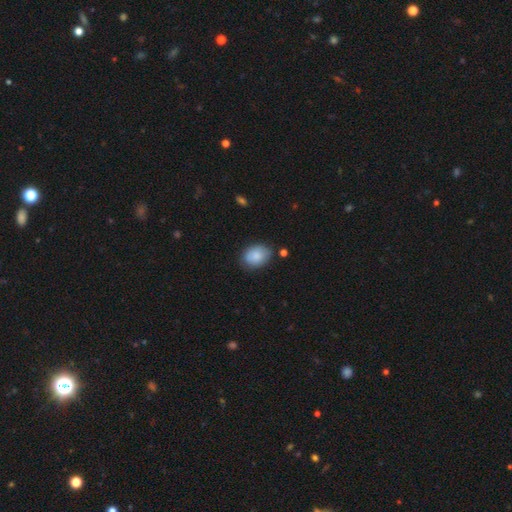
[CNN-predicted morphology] The model was most divided on "how rounded": in between: 70%, round: 29%, cigar-shaped: 1%. More confident: smooth or featured — smooth (84%); merging — none (75%).